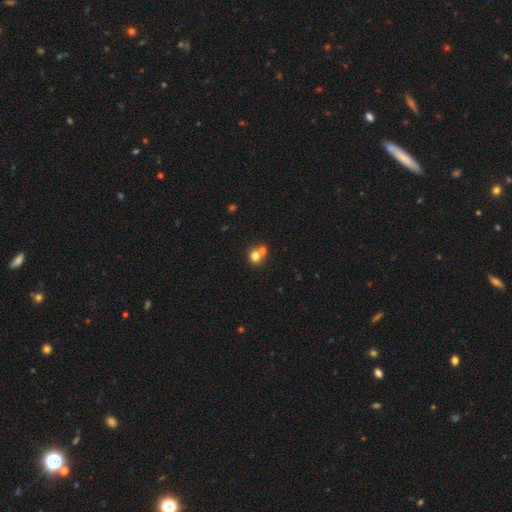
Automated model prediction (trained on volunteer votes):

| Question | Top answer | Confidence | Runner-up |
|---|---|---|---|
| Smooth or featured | smooth | 75% | featured or disk (13%) |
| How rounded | round | 78% | in between (22%) |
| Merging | merger | 52% | none (38%) |